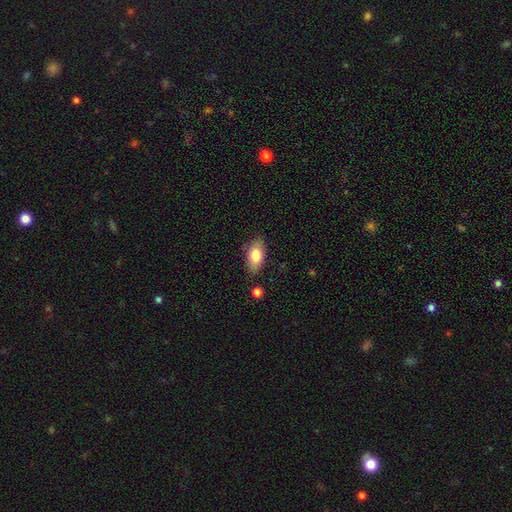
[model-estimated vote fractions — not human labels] Q: Smooth or featured?
A: smooth (78%); runner-up: featured or disk (15%)
Q: How rounded?
A: in between (89%); runner-up: round (6%)
Q: Merging?
A: none (79%); runner-up: minor disturbance (15%)